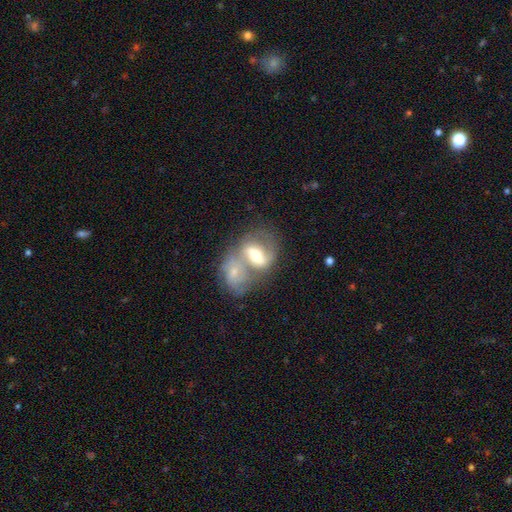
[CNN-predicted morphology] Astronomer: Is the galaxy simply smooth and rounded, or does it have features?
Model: featured or disk — 65%.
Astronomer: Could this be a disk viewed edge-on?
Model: no — 95%.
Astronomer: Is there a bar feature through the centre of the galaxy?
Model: weak — 42% (runner-up: strong, 37%).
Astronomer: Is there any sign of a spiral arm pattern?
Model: yes — 78%.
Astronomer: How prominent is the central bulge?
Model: moderate — 61%.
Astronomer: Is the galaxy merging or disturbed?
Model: merger — 67%.